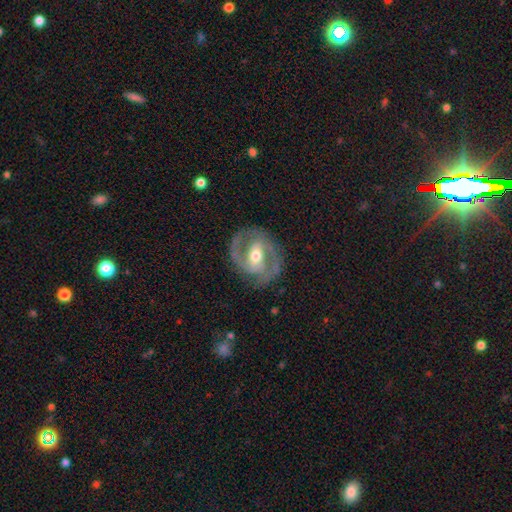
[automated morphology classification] This appears to be a featured or disk galaxy (87%) with a strong bar (44%), 2 (89%) medium (51%) spiral arms (94%) and a moderate central bulge (67%). Merging: none (81%).